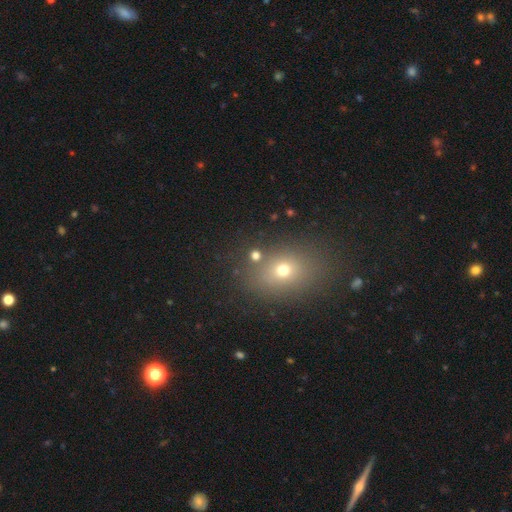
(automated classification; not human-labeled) A smooth galaxy with no disk features (67%) that is round (68%).

Vote fractions:
- Smooth or featured? smooth: 67% / star or artifact: 22% / featured or disk: 11%
- How rounded? round: 68% / in between: 31% / cigar-shaped: 2%
- Merging? none: 74% / merger: 12% / minor disturbance: 9% / major disturbance: 5%